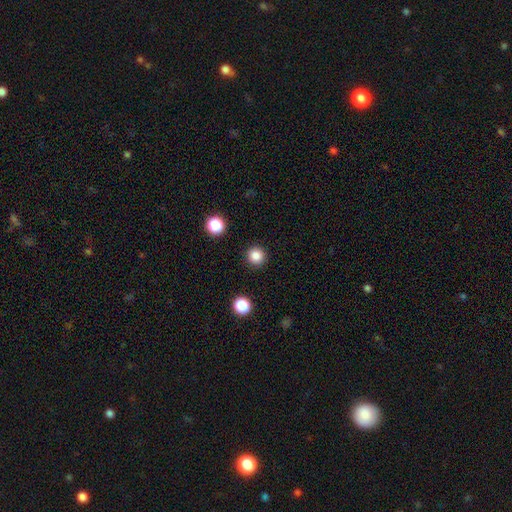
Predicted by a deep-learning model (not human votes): Smooth or featured? Predicted: smooth (p=0.85). How rounded? Predicted: round (p=0.95). Merging? Predicted: none (p=0.92).